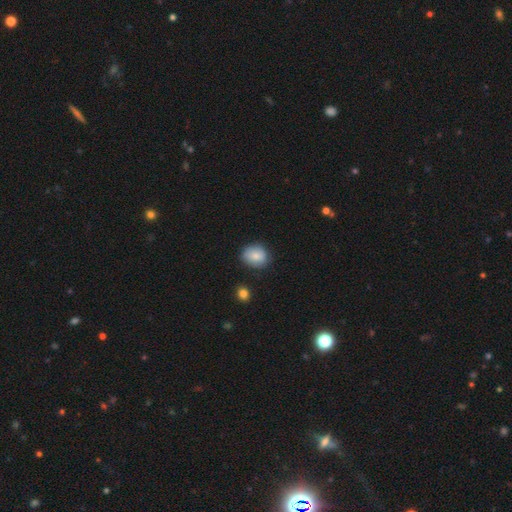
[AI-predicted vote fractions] Morphology: type=smooth (83%); roundness=round (60%); merging=none (78%).